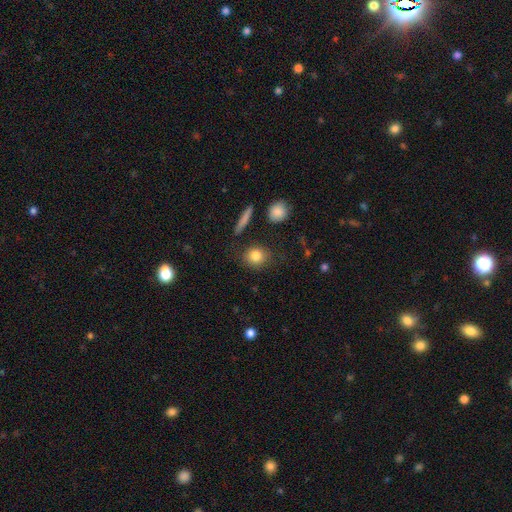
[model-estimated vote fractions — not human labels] Overall: smooth (83%). How rounded: round (75%). Merging: none (82%).